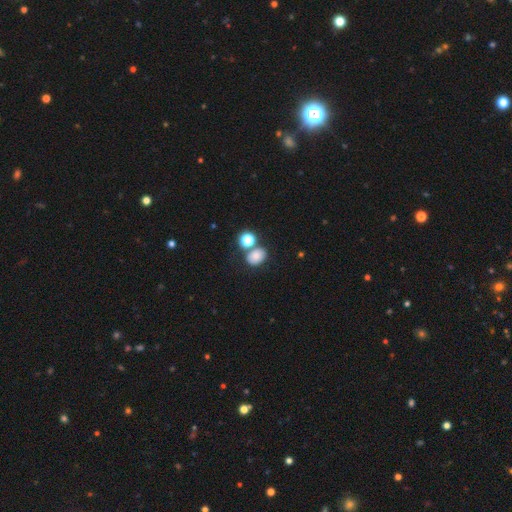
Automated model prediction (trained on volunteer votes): Morphology: type=smooth (78%); roundness=in between (55%); merging=none (63%).